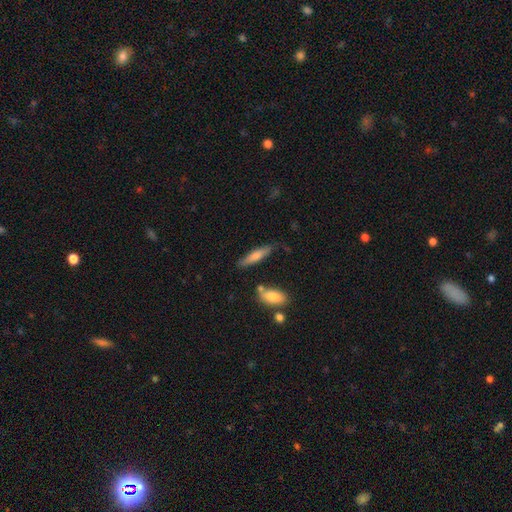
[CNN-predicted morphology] type=smooth (68%); roundness=cigar-shaped (75%); merging=none (75%).